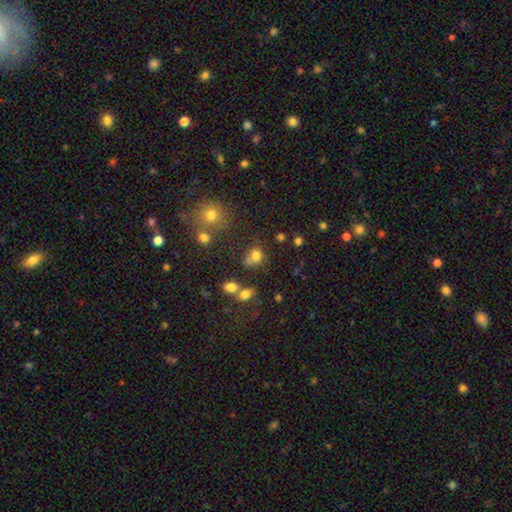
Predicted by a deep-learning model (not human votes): Morphology: type=smooth (75%); roundness=round (67%); merging=none (49%).